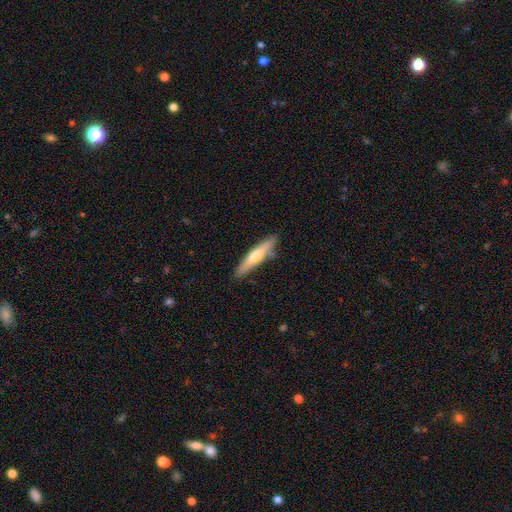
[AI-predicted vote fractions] Smooth or featured: smooth — 53% (featured or disk — 41%)
How rounded: cigar-shaped — 87% (in between — 12%)
Merging: none — 84% (minor disturbance — 12%)